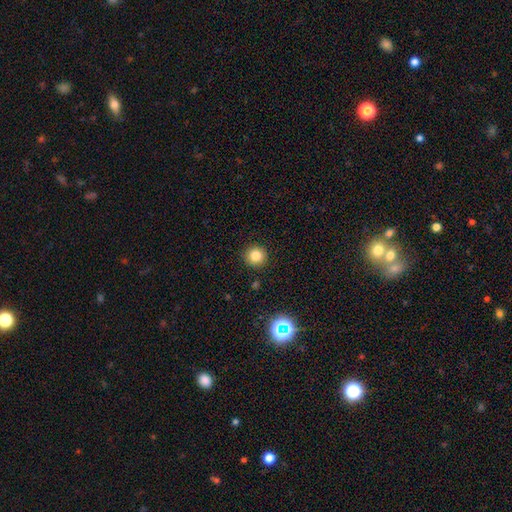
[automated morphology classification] smooth 80%, star or artifact 13%, featured or disk 6%. Down the decision tree: how rounded — round (94%); merging — none (91%).